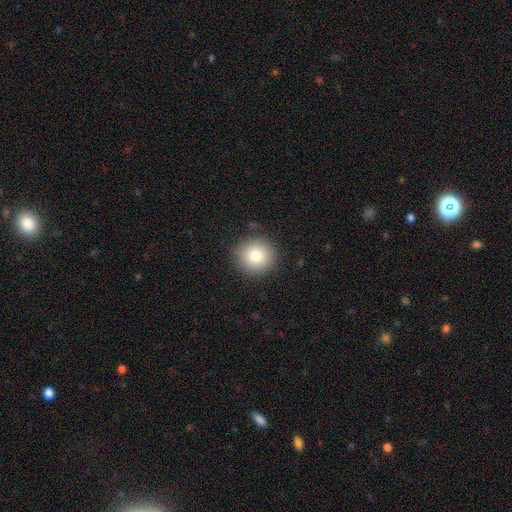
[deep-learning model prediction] Overall: smooth (82%). How rounded: round (94%). Merging: none (88%).